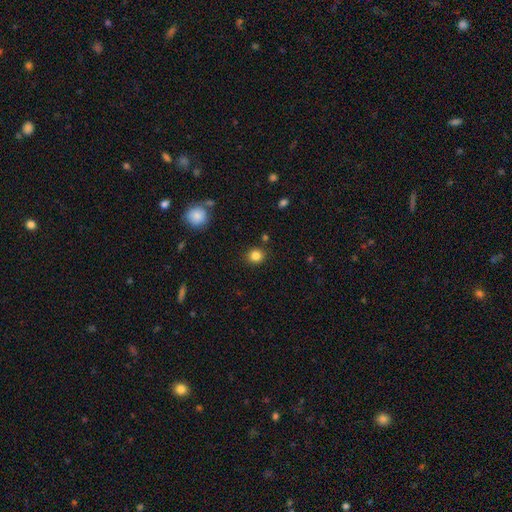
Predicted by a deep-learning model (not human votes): Q: Smooth or featured?
A: smooth (84%); runner-up: star or artifact (12%)
Q: How rounded?
A: round (87%); runner-up: in between (12%)
Q: Merging?
A: none (88%); runner-up: minor disturbance (7%)